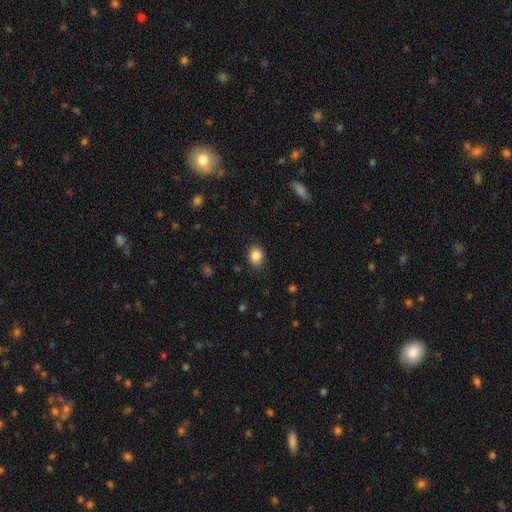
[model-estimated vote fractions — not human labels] Smooth or featured? smooth (86%)
How rounded? in between (55%)
Merging? none (87%)